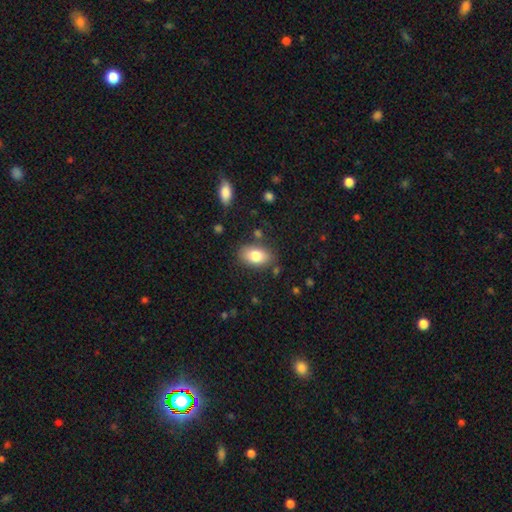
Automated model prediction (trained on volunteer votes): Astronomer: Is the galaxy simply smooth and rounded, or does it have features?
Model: smooth — 81%.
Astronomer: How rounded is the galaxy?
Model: in between — 89%.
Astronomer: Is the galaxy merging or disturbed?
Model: none — 81%.